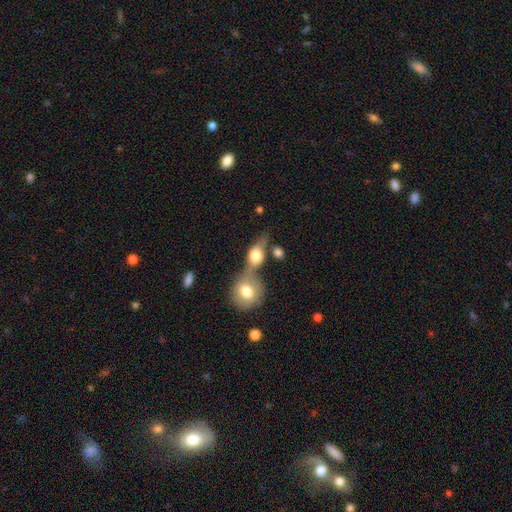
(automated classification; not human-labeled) Smooth or featured: smooth — 62% (featured or disk — 30%)
How rounded: in between — 57% (round — 34%)
Merging: merger — 52% (none — 31%)